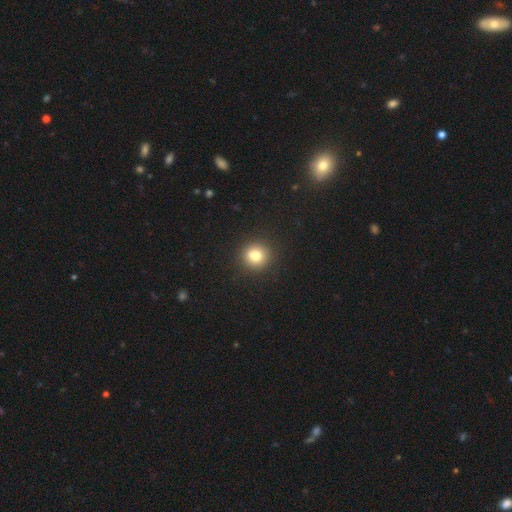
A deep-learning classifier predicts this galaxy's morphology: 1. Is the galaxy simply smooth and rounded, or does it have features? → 80% smooth, 12% star or artifact, 8% featured or disk.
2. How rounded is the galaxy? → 88% round, 11% in between, 1% cigar-shaped.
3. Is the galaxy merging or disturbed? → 89% none, 7% minor disturbance, 2% major disturbance, 2% merger.